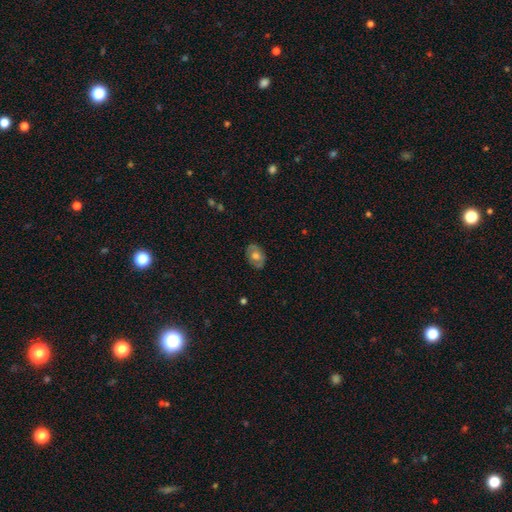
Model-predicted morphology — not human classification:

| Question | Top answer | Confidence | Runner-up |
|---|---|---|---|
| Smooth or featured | smooth | 53% | featured or disk (39%) |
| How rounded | in between | 77% | round (22%) |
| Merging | none | 80% | minor disturbance (15%) |